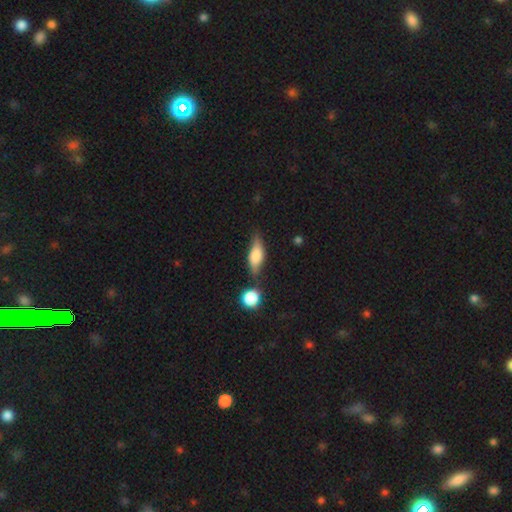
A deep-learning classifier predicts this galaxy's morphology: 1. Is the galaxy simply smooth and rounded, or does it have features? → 64% smooth, 28% featured or disk, 8% star or artifact.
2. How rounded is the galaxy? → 70% in between, 25% cigar-shaped, 5% round.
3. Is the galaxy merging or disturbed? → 60% none, 22% minor disturbance, 11% merger, 6% major disturbance.